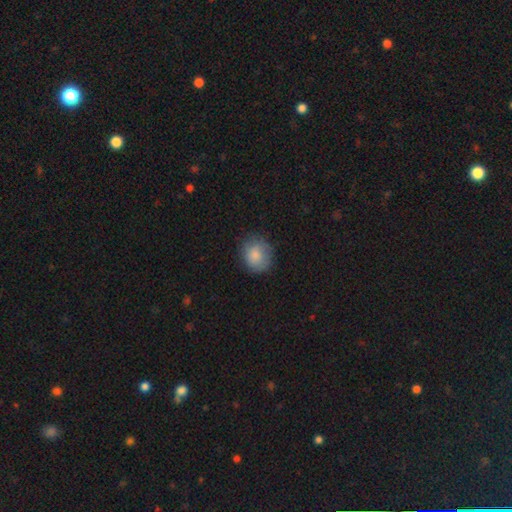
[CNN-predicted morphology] Smooth or featured: smooth — 82% (featured or disk — 11%)
How rounded: round — 77% (in between — 22%)
Merging: none — 76% (minor disturbance — 18%)